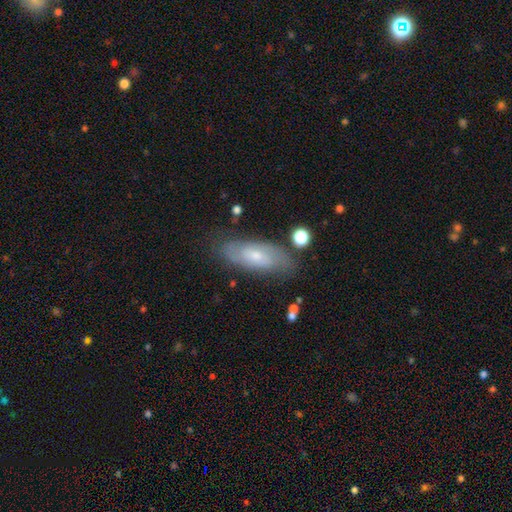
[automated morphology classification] Overall: featured or disk (54%; smooth 38%). Edge-on disk: no (83%). Merging: none (75%).